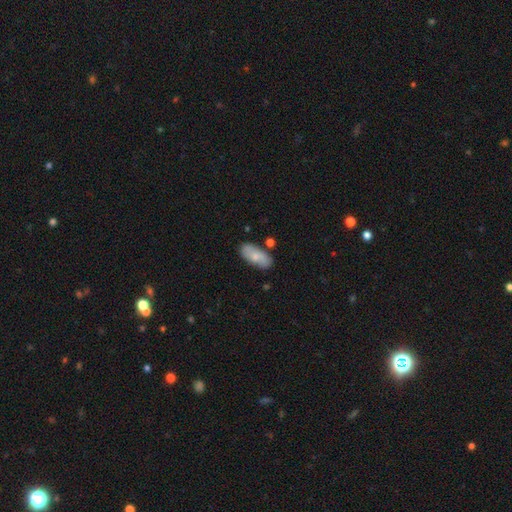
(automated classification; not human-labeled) This is likely a smooth galaxy (70%). How rounded: clearly in between (89%). Merging: likely none (76%).